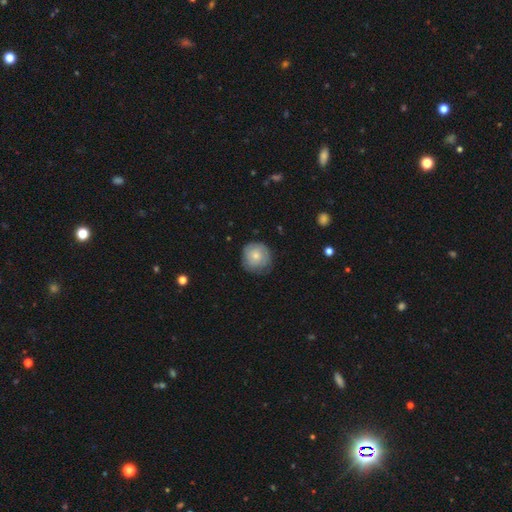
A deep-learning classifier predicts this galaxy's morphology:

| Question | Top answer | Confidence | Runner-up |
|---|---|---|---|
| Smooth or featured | smooth | 65% | featured or disk (28%) |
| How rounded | round | 93% | in between (6%) |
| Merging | none | 70% | minor disturbance (23%) |